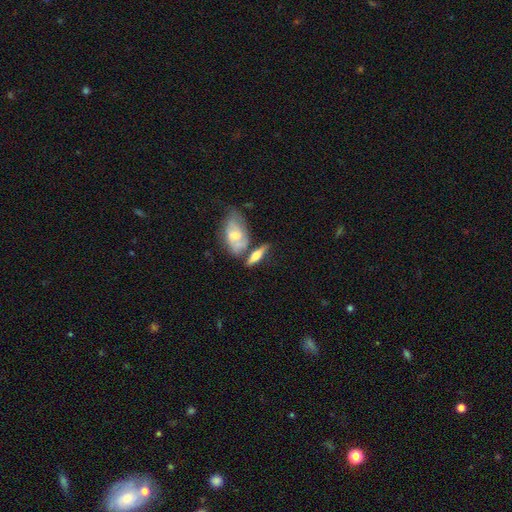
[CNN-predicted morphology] smooth_or_featured: smooth (p=0.50) [alt: featured or disk p=0.43]
merging: none (p=0.50) [alt: merger p=0.27]